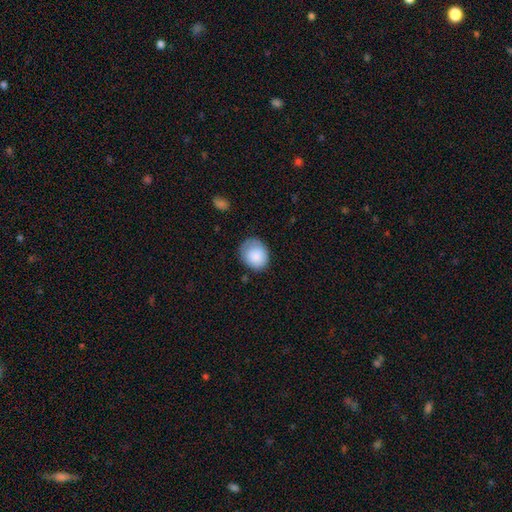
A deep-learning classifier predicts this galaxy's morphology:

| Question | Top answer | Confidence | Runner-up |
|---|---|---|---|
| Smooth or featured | smooth | 85% | featured or disk (8%) |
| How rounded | round | 68% | in between (31%) |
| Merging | none | 64% | minor disturbance (26%) |